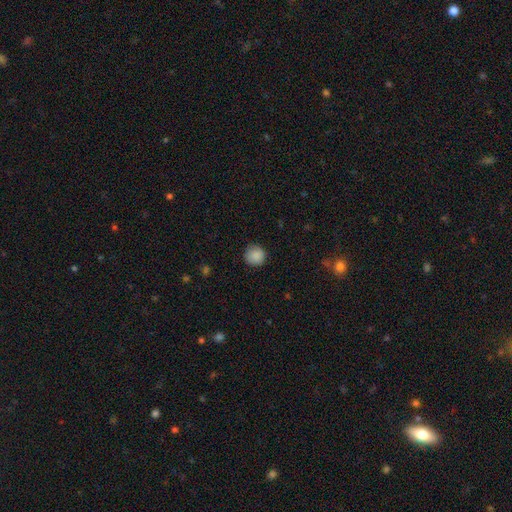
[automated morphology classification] Smooth or featured? smooth (88%)
How rounded? round (93%)
Merging? none (85%)